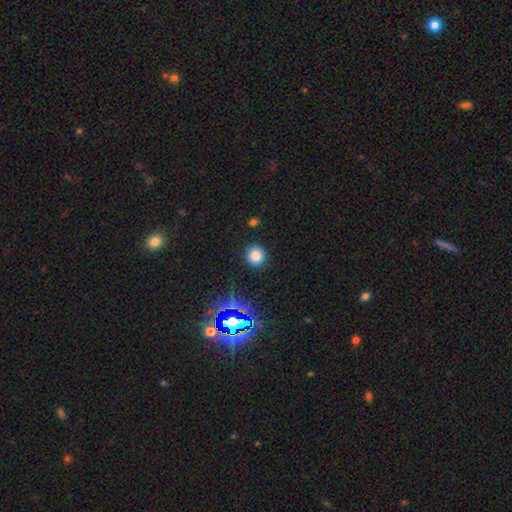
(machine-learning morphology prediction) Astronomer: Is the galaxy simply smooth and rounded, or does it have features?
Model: smooth — 77%.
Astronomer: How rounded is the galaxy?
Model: round — 87%.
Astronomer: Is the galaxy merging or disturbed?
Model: none — 89%.